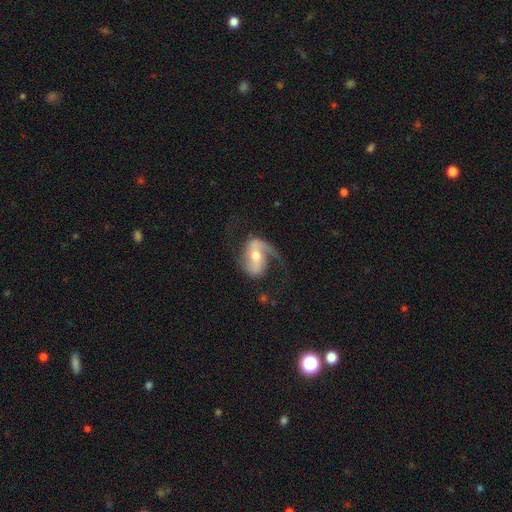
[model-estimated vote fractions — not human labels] This is clearly a featured or disk galaxy (83%). It is clearly not viewed edge-on (97%). Bar: marginally weak (39%). Spiral arm pattern: clearly yes (95%). Spiral arm count: likely 2 (67%). Spiral winding: possibly loose (49%). Central bulge: likely moderate (61%). Merging: possibly none (57%).